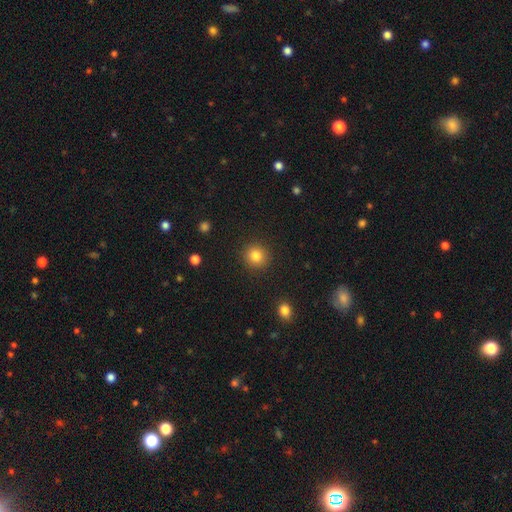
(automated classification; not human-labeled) Overall: smooth (84%). How rounded: round (90%). Merging: none (91%).